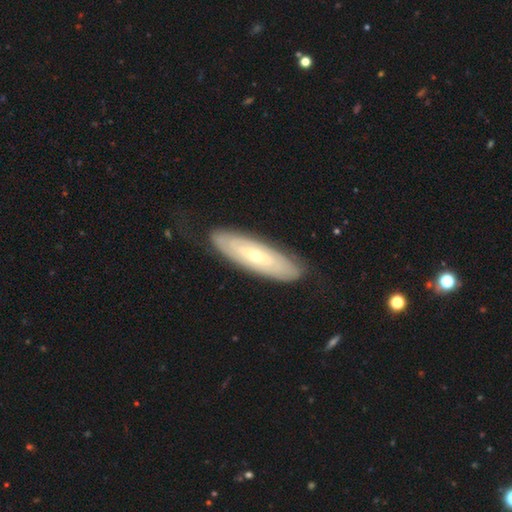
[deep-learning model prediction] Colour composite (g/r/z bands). It shows a featured or disk galaxy (68%) with no bar (71%), spiral arms (67%) and a small central bulge (64%). Merging: none (82%).